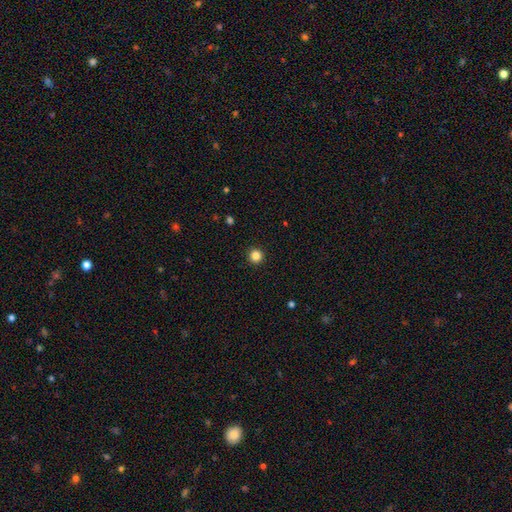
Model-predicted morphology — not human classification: Q: Smooth or featured?
A: smooth (84%); runner-up: star or artifact (12%)
Q: How rounded?
A: round (96%); runner-up: in between (3%)
Q: Merging?
A: none (94%); runner-up: minor disturbance (4%)